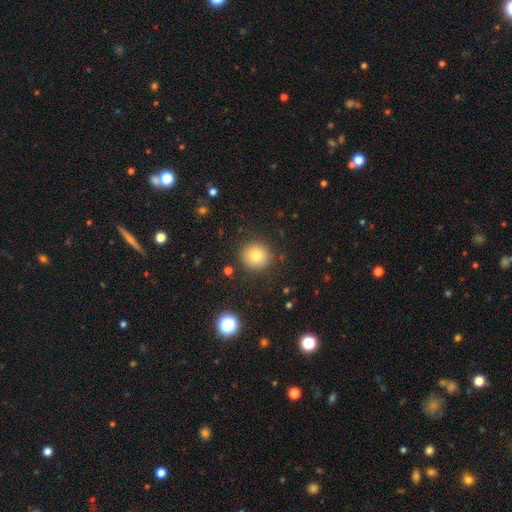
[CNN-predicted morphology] smooth 79%, star or artifact 11%, featured or disk 10%. Down the decision tree: how rounded — round (91%); merging — none (88%).